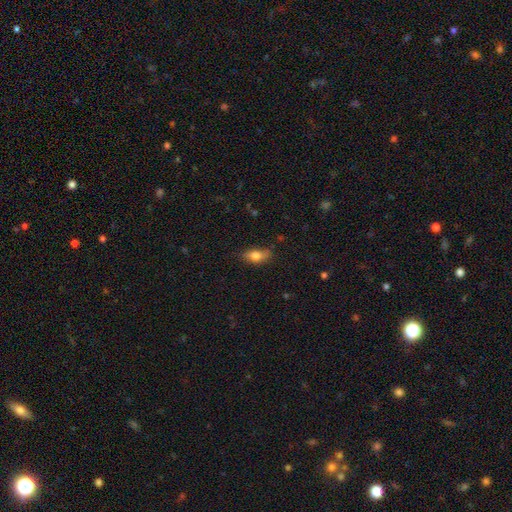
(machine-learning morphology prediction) smooth-or-featured: smooth: 72% | featured or disk: 20% | star or artifact: 8%
  how-rounded: in between: 78% | cigar-shaped: 16% | round: 6%
  merging: none: 69% | minor disturbance: 24% | major disturbance: 5% | merger: 2%